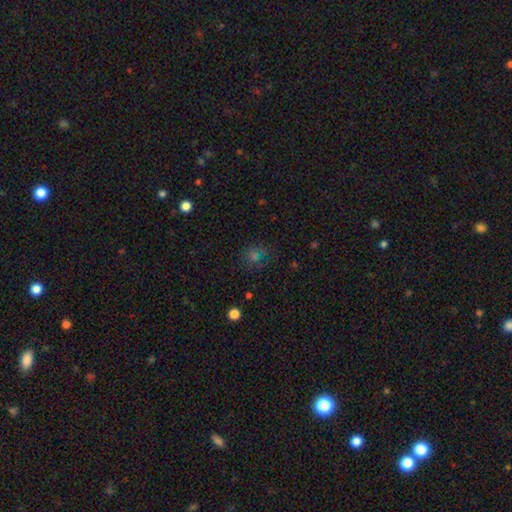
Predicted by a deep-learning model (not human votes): Overall: smooth (47%; star or artifact 34%). Merging: none (69%).